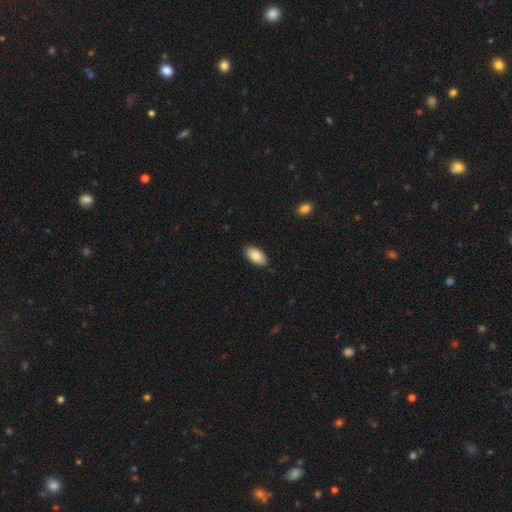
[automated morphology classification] The model was most divided on "smooth or featured": smooth: 85%, featured or disk: 9%, star or artifact: 6%. More confident: how rounded — in between (94%); merging — none (88%).